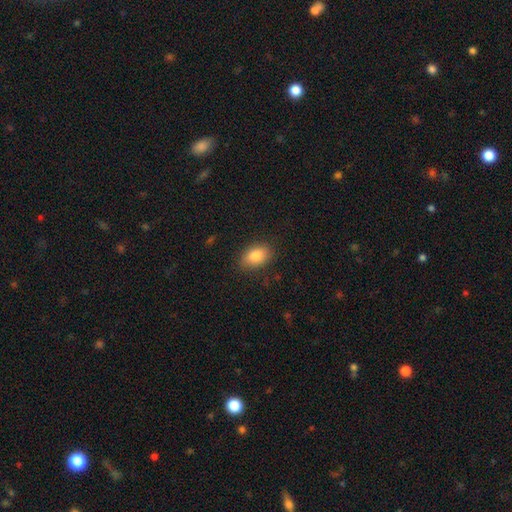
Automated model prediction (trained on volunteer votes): Smooth or featured? smooth (85%)
How rounded? in between (89%)
Merging? none (84%)